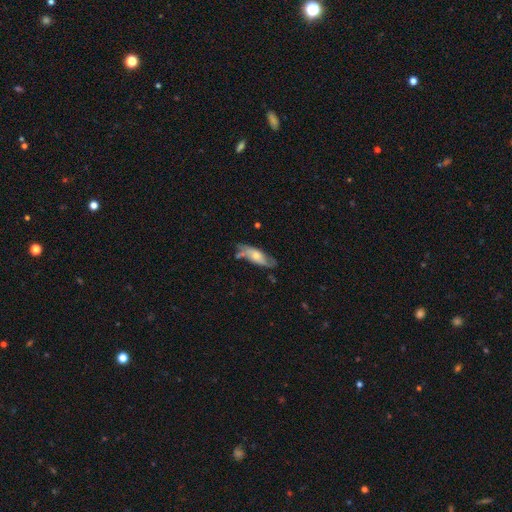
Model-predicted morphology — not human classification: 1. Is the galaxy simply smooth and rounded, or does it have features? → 53% featured or disk, 41% smooth, 6% star or artifact.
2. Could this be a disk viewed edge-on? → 74% no, 26% yes.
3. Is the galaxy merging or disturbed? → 59% none, 25% minor disturbance, 9% major disturbance, 8% merger.